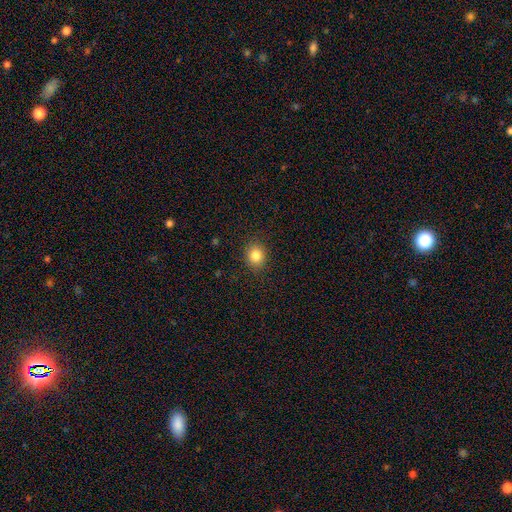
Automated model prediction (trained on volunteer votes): The model was most divided on "how rounded": round: 71%, in between: 28%, cigar-shaped: 1%. More confident: merging — none (89%); smooth or featured — smooth (83%).